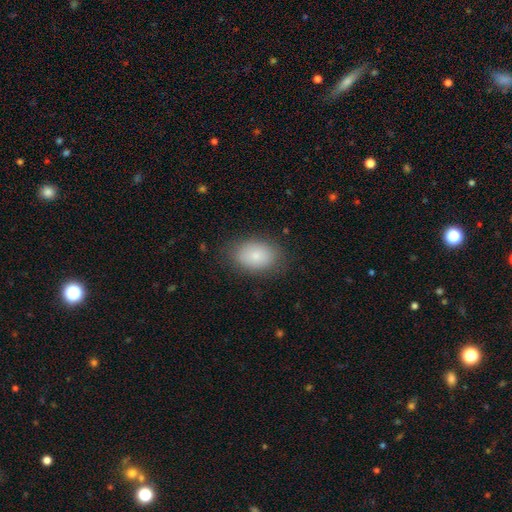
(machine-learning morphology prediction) The model was most divided on "how rounded": in between: 82%, round: 17%, cigar-shaped: 1%. More confident: smooth or featured — smooth (82%); merging — none (81%).